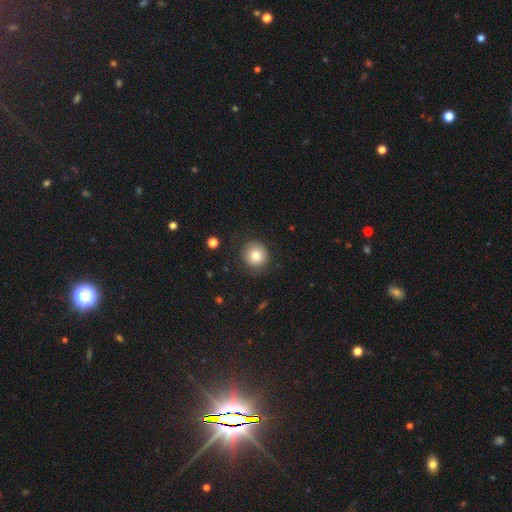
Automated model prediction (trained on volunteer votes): smooth 80%, featured or disk 10%, star or artifact 10%. Down the decision tree: how rounded — round (91%); merging — none (81%).